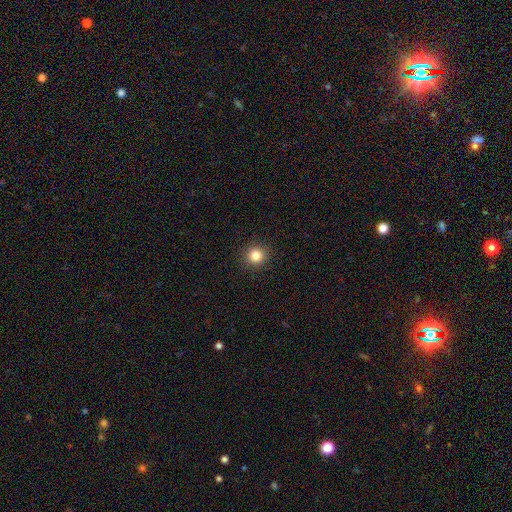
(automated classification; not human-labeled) Smooth or featured? smooth (83%)
How rounded? round (93%)
Merging? none (93%)